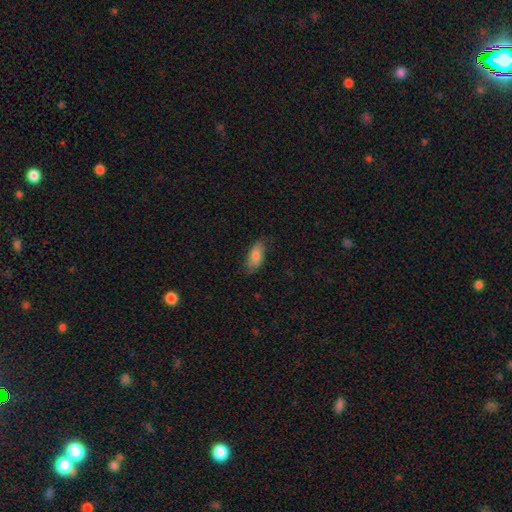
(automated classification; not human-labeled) Smooth or featured? Predicted: smooth (p=0.82). How rounded? Predicted: in between (p=0.86). Merging? Predicted: none (p=0.77).